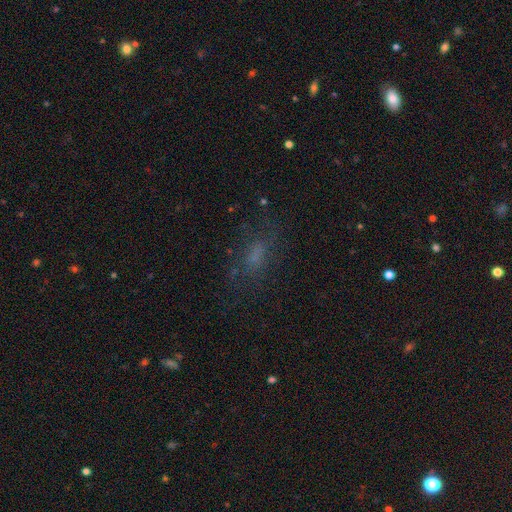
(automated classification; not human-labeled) Q: Smooth or featured?
A: smooth (53%); runner-up: featured or disk (24%)
Q: How rounded?
A: in between (72%); runner-up: cigar-shaped (19%)
Q: Merging?
A: none (63%); runner-up: minor disturbance (18%)